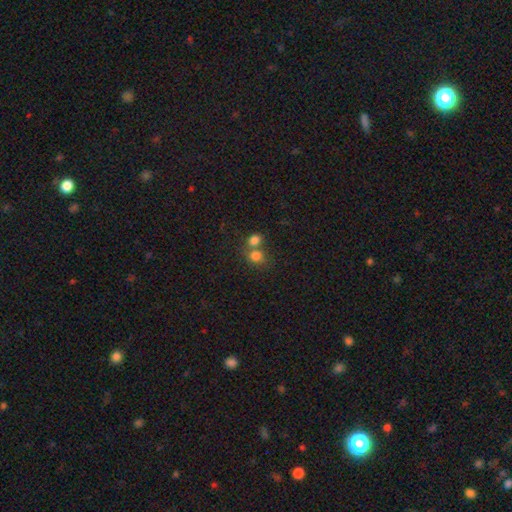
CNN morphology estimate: Overall: smooth (79%). How rounded: round (70%). Merging: merger (49%; none 39%).